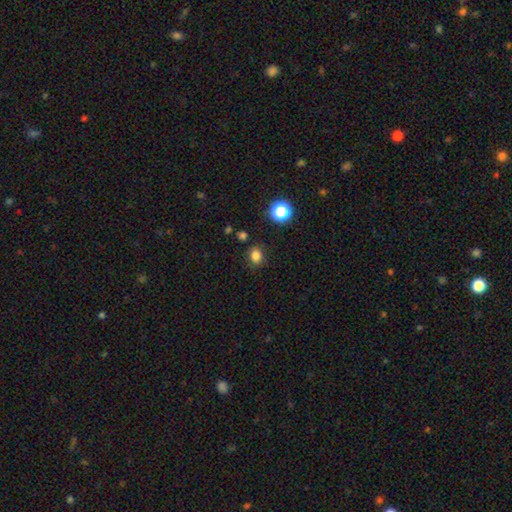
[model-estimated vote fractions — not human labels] Smooth or featured?
  - smooth: 80% *
  - star or artifact: 16%
  - featured or disk: 4%
How rounded?
  - round: 63% *
  - in between: 36%
  - cigar-shaped: 1%
Merging?
  - none: 84% *
  - minor disturbance: 11%
  - major disturbance: 3%
  - merger: 2%